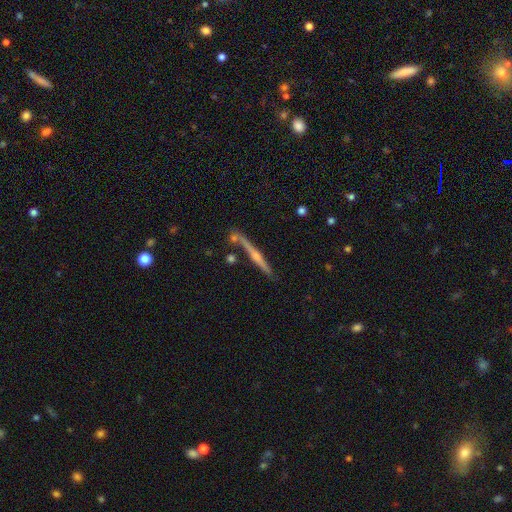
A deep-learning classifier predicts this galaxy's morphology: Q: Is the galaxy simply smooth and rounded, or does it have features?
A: featured or disk — 65%.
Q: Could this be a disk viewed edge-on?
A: yes — 94%.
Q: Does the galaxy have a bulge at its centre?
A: rounded — 66%.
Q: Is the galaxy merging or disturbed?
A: none — 70%.